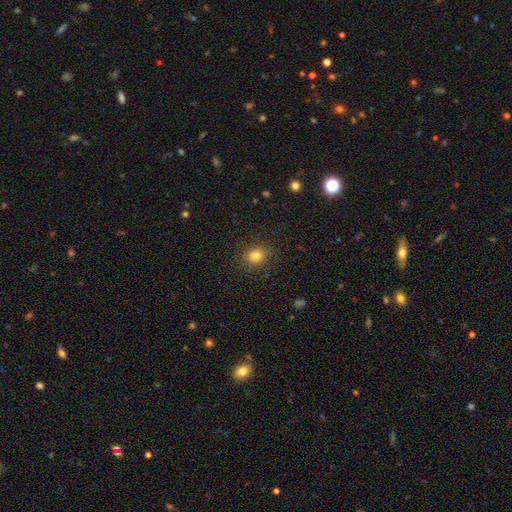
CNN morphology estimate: smooth 81%, star or artifact 12%, featured or disk 7%. Down the decision tree: how rounded — round (61%); merging — none (86%).